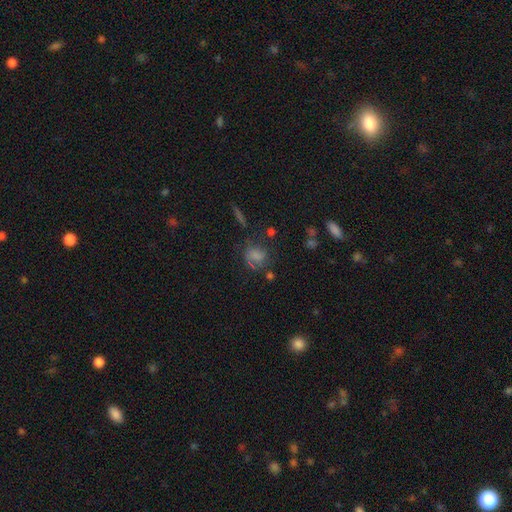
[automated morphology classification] Smooth or featured?
  - smooth: 58% *
  - featured or disk: 26%
  - star or artifact: 15%
How rounded?
  - round: 58% *
  - in between: 40%
  - cigar-shaped: 2%
Merging?
  - none: 49% *
  - minor disturbance: 23%
  - major disturbance: 20%
  - merger: 7%